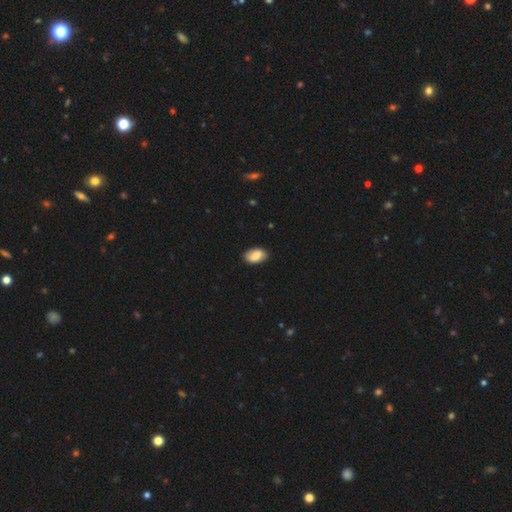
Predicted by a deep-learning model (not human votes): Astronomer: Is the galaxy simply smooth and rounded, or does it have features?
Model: smooth — 73%.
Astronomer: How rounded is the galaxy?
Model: in between — 93%.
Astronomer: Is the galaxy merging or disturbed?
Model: none — 86%.